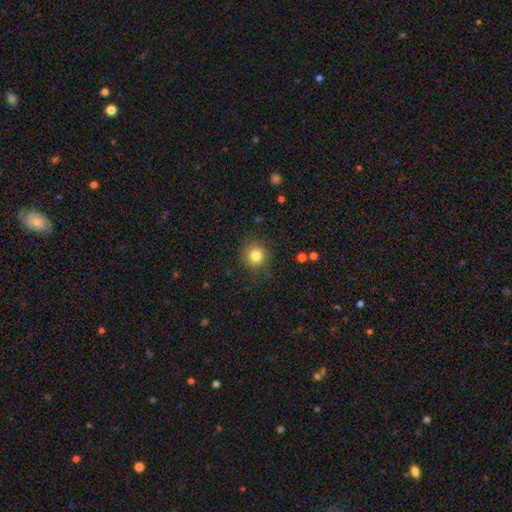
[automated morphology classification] A smooth galaxy with no disk features (82%) that is round (92%).

Vote fractions:
- Smooth or featured? smooth: 82% / star or artifact: 11% / featured or disk: 7%
- How rounded? round: 92% / in between: 7% / cigar-shaped: 1%
- Merging? none: 87% / minor disturbance: 9% / major disturbance: 3% / merger: 1%